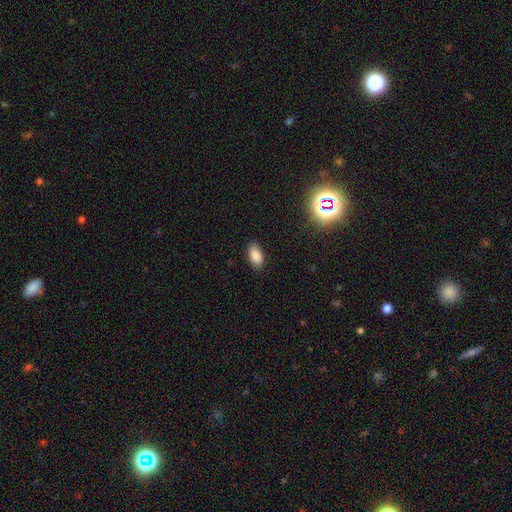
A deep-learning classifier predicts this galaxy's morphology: smooth-or-featured: smooth: 86% | star or artifact: 10% | featured or disk: 4%
  how-rounded: in between: 91% | cigar-shaped: 5% | round: 3%
  merging: none: 86% | minor disturbance: 11% | major disturbance: 2% | merger: 1%